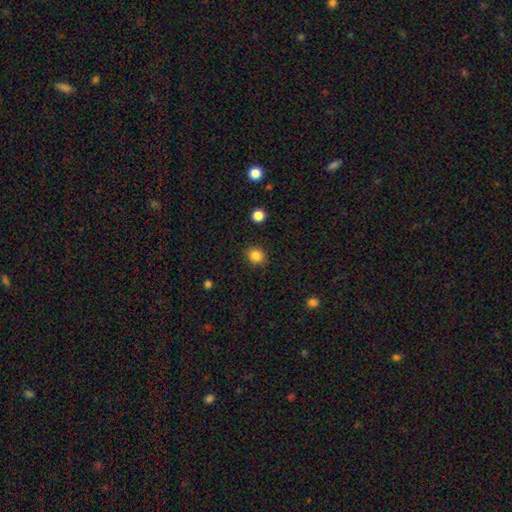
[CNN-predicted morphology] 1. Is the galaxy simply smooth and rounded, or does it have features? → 85% smooth, 11% star or artifact, 4% featured or disk.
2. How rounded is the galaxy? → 77% round, 22% in between, 1% cigar-shaped.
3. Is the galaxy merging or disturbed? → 87% none, 9% minor disturbance, 2% major disturbance, 1% merger.